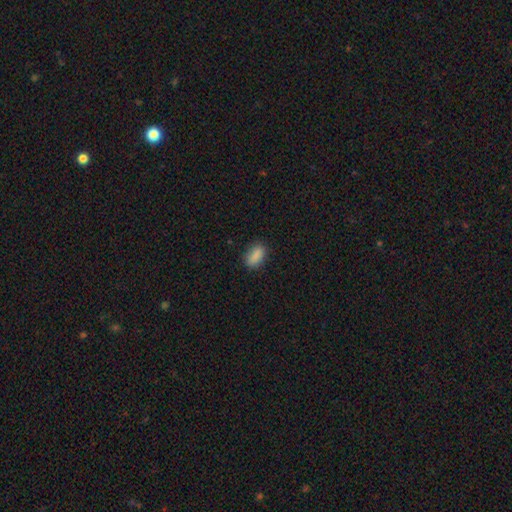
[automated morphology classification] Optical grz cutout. It shows a smooth galaxy with no disk features (87%) that is in between round and cigar-shaped (85%). Merging: none (83%).